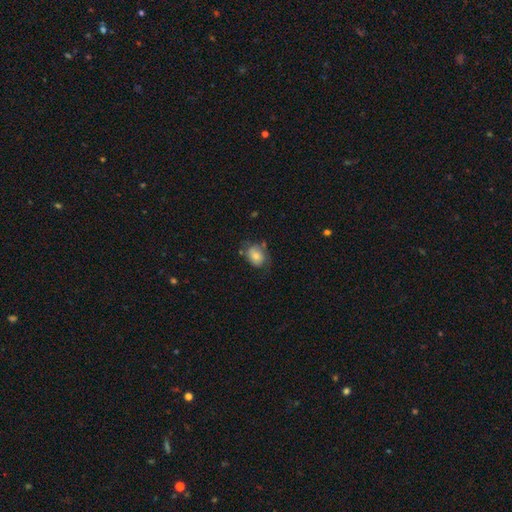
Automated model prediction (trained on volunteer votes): Overall: smooth (71%). How rounded: in between (61%; round 38%). Merging: none (54%; minor disturbance 29%).